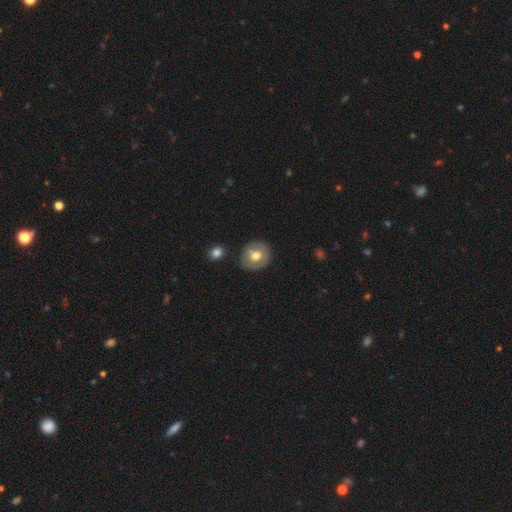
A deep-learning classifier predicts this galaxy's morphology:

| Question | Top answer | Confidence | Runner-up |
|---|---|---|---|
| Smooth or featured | smooth | 59% | featured or disk (34%) |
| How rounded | round | 80% | in between (19%) |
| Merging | none | 81% | minor disturbance (12%) |